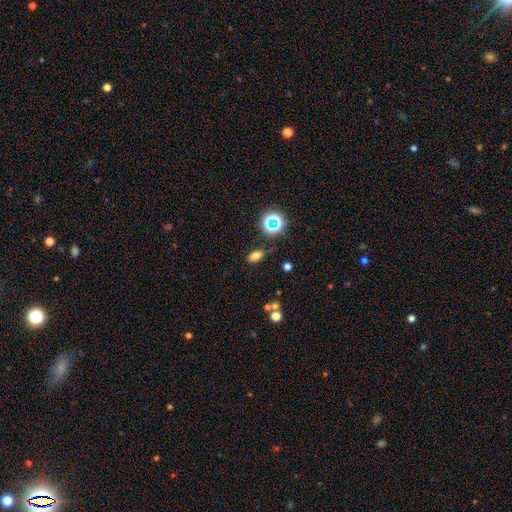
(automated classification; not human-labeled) This is likely a smooth galaxy (73%). How rounded: clearly in between (85%). Merging: clearly none (81%).